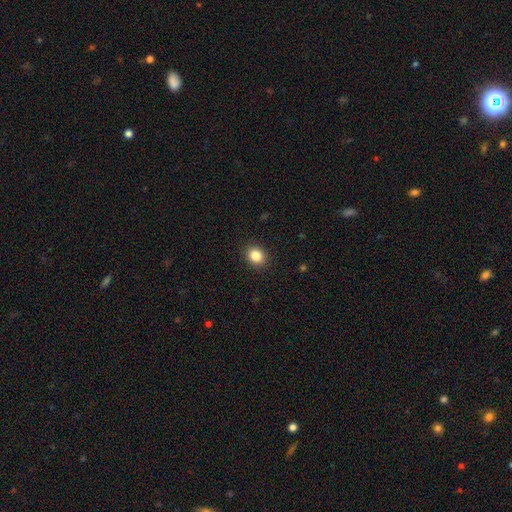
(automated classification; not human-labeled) smooth 85%, star or artifact 10%, featured or disk 5%. Down the decision tree: how rounded — round (62%); merging — none (90%).